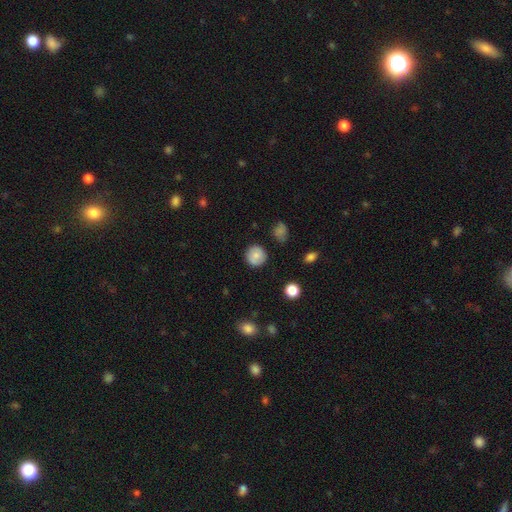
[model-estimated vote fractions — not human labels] Morphology: type=smooth (78%); roundness=round (92%); merging=none (86%).